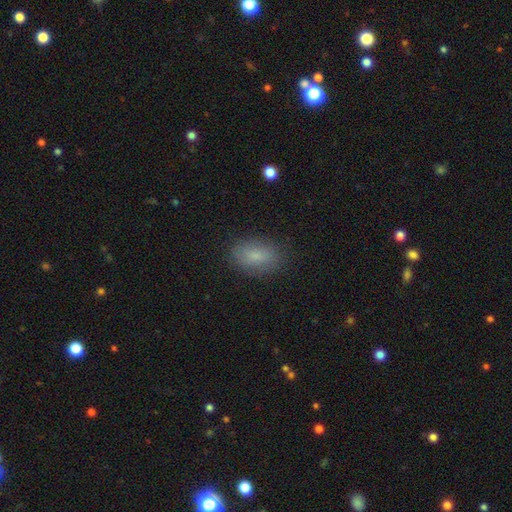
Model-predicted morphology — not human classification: Smooth or featured? smooth (82%)
How rounded? in between (90%)
Merging? none (83%)